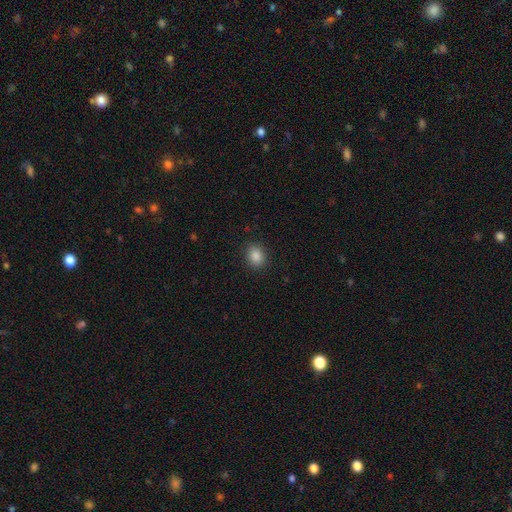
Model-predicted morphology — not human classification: A smooth galaxy with no disk features (87%) that is round (54%).

Vote fractions:
- Smooth or featured? smooth: 87% / star or artifact: 10% / featured or disk: 3%
- How rounded? round: 54% / in between: 45% / cigar-shaped: 1%
- Merging? none: 89% / minor disturbance: 8% / major disturbance: 2% / merger: 1%